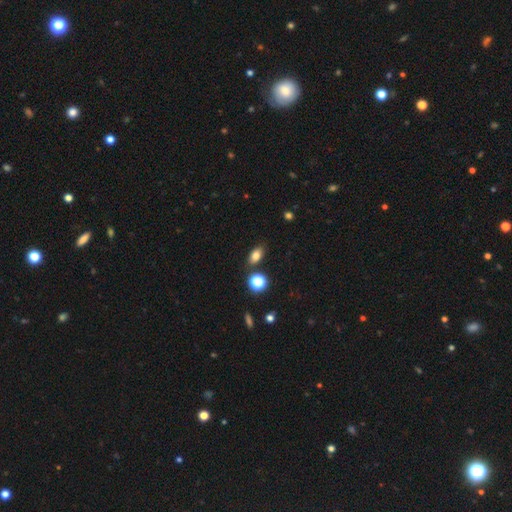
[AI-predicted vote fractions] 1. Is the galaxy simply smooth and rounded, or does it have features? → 79% smooth, 13% star or artifact, 8% featured or disk.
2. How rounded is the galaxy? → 82% in between, 15% round, 3% cigar-shaped.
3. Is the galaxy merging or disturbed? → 81% none, 11% minor disturbance, 6% merger, 3% major disturbance.